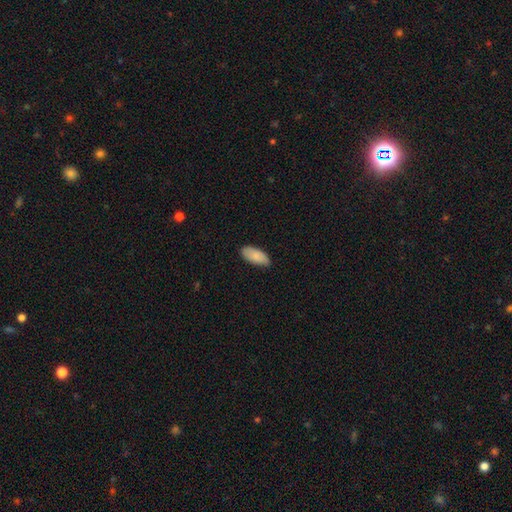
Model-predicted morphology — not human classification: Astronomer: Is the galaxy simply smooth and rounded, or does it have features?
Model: smooth — 87%.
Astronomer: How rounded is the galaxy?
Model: in between — 91%.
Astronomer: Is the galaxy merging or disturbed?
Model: none — 80%.